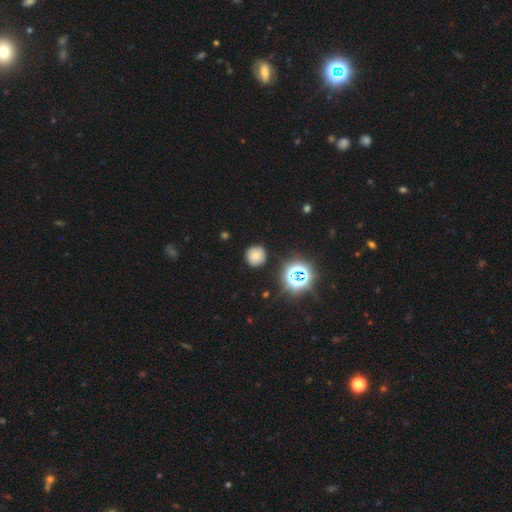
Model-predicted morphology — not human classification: A smooth galaxy with no disk features (69%) that is round (93%).

Vote fractions:
- Smooth or featured? smooth: 69% / star or artifact: 19% / featured or disk: 11%
- How rounded? round: 93% / in between: 6% / cigar-shaped: 1%
- Merging? none: 86% / minor disturbance: 10% / major disturbance: 3% / merger: 2%